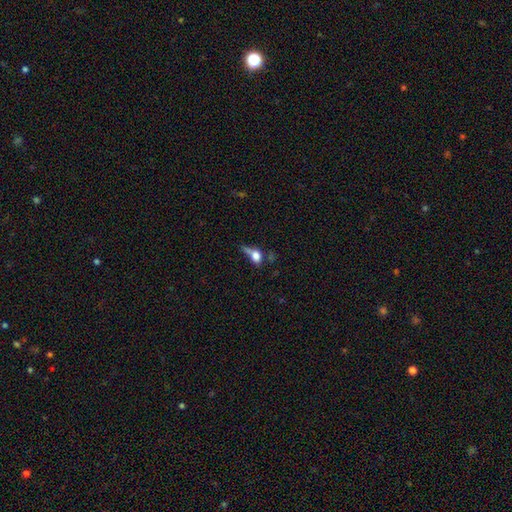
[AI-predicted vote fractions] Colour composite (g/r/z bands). It shows a smooth galaxy with no disk features (64%) that is in between round and cigar-shaped (55%). Merging: major disturbance (33%).